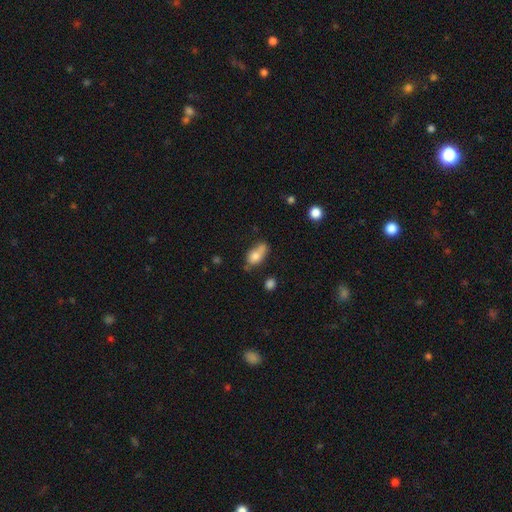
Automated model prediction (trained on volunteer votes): A smooth galaxy with no disk features (73%) that is in between round and cigar-shaped (81%). Merging: none (40%).